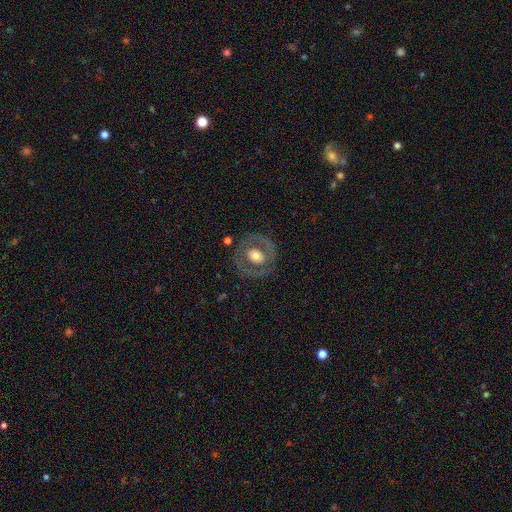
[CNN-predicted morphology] featured or disk 53%, smooth 40%, star or artifact 6%. Down the decision tree: edge-on disk — no (95%); bar — no (82%); spiral arms — no (85%); bulge size — moderate (55%); merging — none (79%).